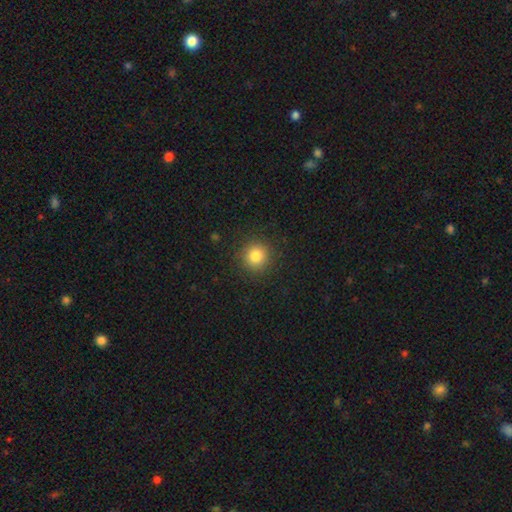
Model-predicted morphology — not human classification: This appears to be a smooth galaxy with no disk features (83%) that is round (92%). Merging: none (89%).